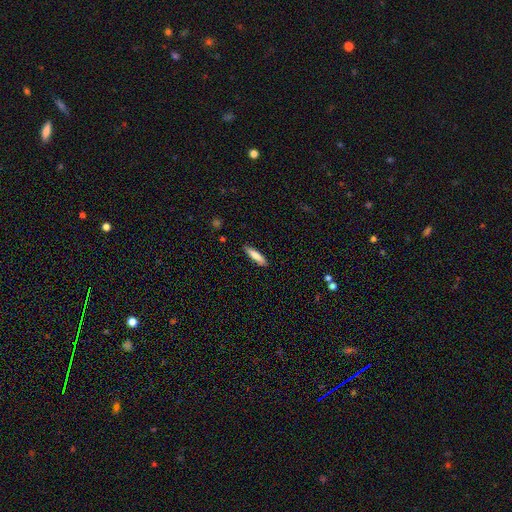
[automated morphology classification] smooth 80%, featured or disk 14%, star or artifact 6%. Down the decision tree: how rounded — cigar-shaped (78%); merging — none (86%).